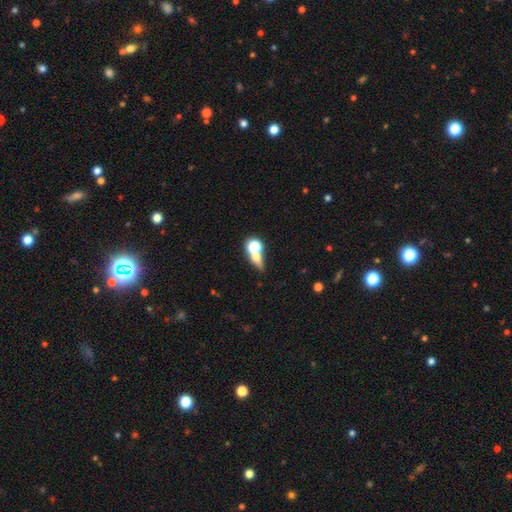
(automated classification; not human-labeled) Morphology: type=smooth (61%); roundness=round (43%); merging=merger (43%).